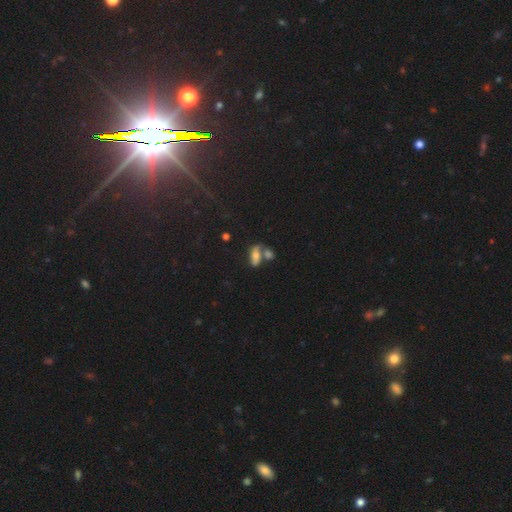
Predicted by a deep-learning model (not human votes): smooth_or_featured: smooth (p=0.56) [alt: featured or disk p=0.29]
how_rounded: in between (p=0.77) [alt: cigar-shaped p=0.14]
merging: merger (p=0.42) [alt: none p=0.38]